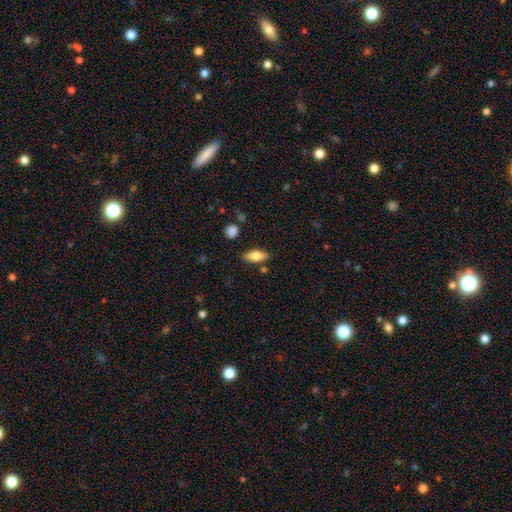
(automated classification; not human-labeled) Smooth or featured: smooth — 76% (featured or disk — 18%)
How rounded: in between — 79% (cigar-shaped — 18%)
Merging: none — 82% (minor disturbance — 12%)